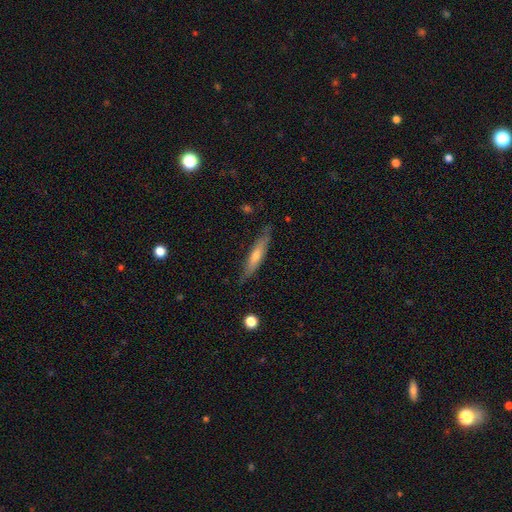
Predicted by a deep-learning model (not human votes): A featured or disk galaxy (47%).

Vote fractions:
- Smooth or featured? featured or disk: 47% / smooth: 46% / star or artifact: 6%
- Merging? none: 83% / minor disturbance: 14% / major disturbance: 2% / merger: 1%